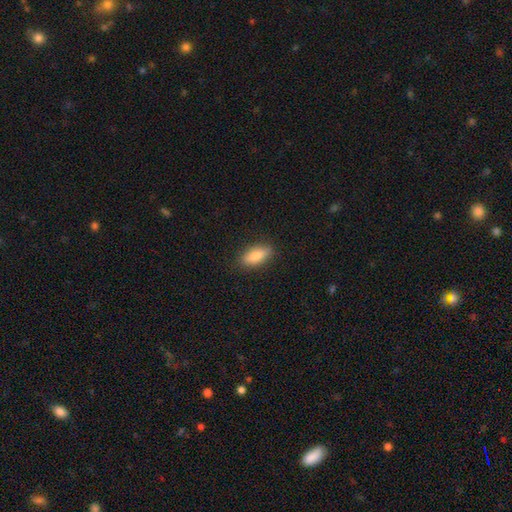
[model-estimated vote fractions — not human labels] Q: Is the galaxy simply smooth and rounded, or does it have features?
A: smooth — 79%.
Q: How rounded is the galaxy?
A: in between — 78%.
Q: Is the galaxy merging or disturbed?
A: none — 87%.